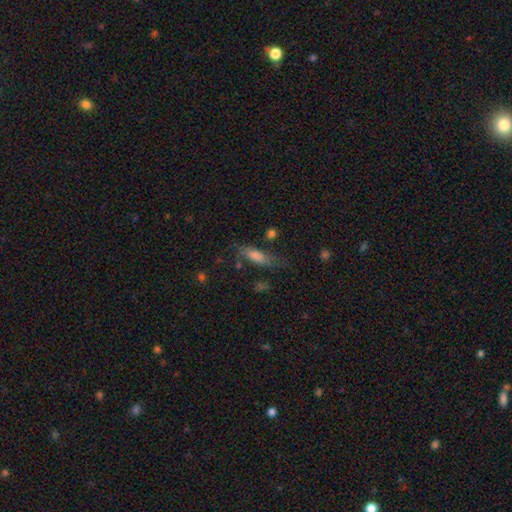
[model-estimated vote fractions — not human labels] A smooth galaxy with no disk features (64%) that is cigar-shaped (54%). Merging: none (60%).